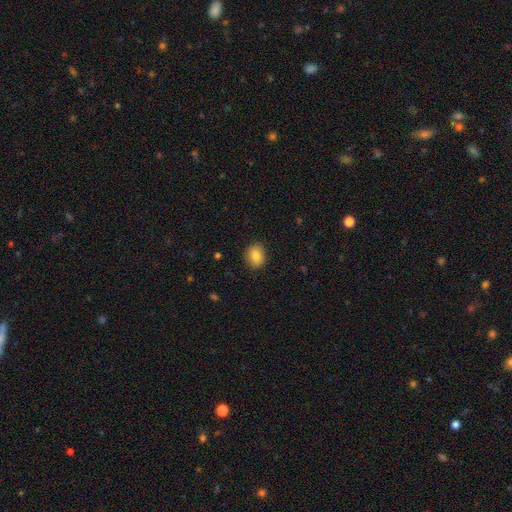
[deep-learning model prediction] smooth-or-featured: smooth: 83% | star or artifact: 9% | featured or disk: 8%
  how-rounded: round: 57% | in between: 42% | cigar-shaped: 1%
  merging: none: 89% | minor disturbance: 8% | major disturbance: 2% | merger: 1%